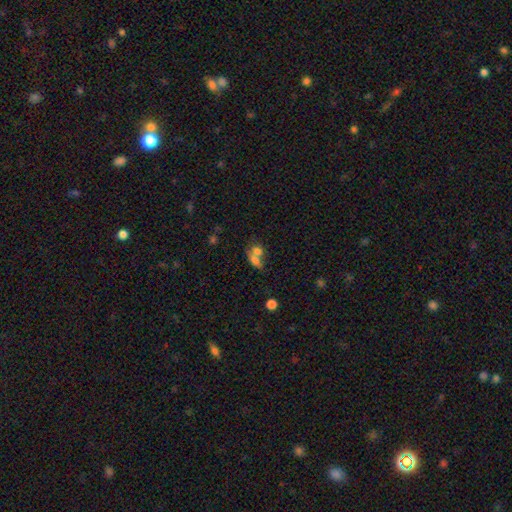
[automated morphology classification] Smooth or featured? smooth (69%)
How rounded? in between (57%)
Merging? merger (63%)